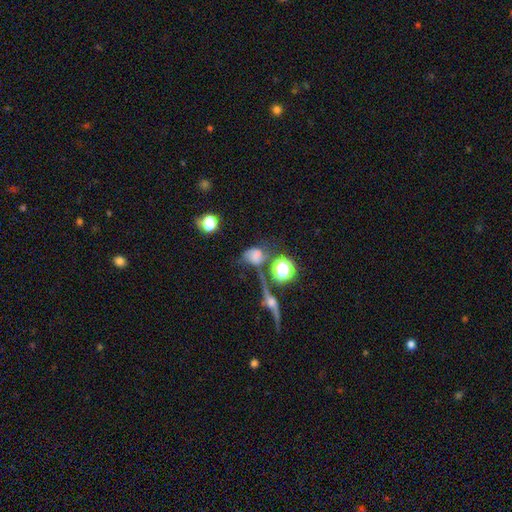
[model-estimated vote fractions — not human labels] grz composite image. It shows a smooth galaxy with no disk features (51%) that is round (50%). Merging: none (42%).